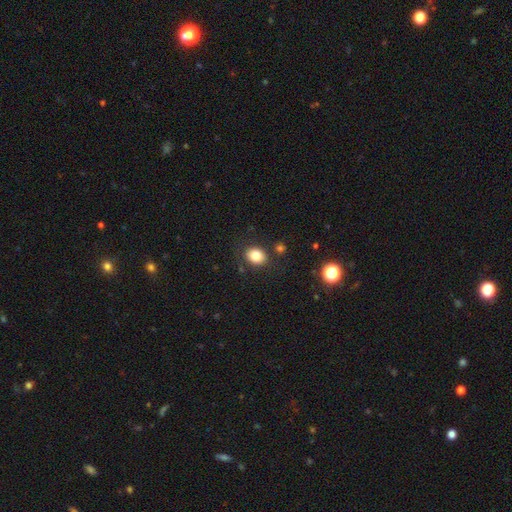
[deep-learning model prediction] Q: Smooth or featured?
A: smooth (82%); runner-up: star or artifact (10%)
Q: How rounded?
A: round (51%); runner-up: in between (48%)
Q: Merging?
A: none (82%); runner-up: minor disturbance (11%)